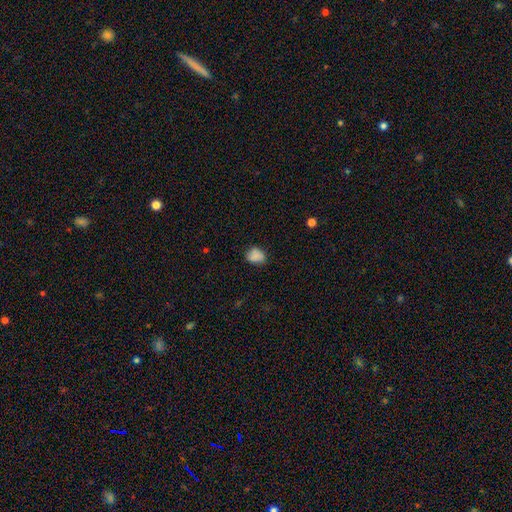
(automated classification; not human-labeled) This is clearly a smooth galaxy (82%). How rounded: possibly in between (58%). Merging: likely none (69%).